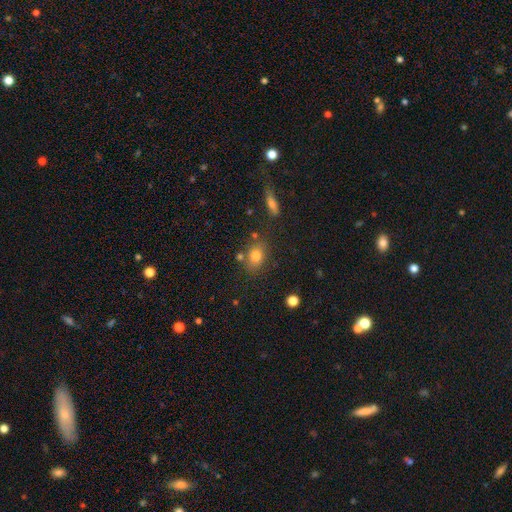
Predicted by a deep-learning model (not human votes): smooth 79%, star or artifact 11%, featured or disk 10%. Down the decision tree: how rounded — in between (63%); merging — none (71%).